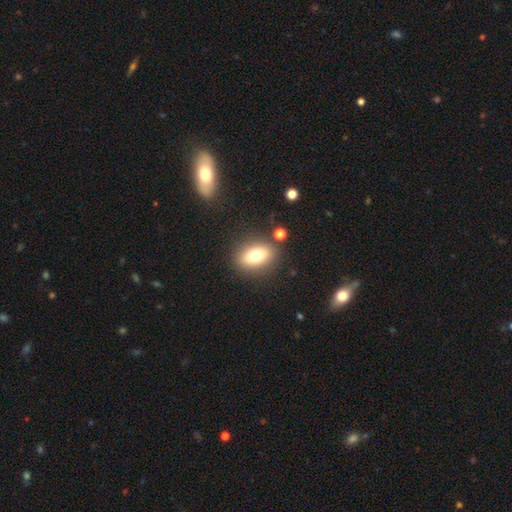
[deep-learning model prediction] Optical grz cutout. It shows a smooth galaxy with no disk features (72%) that is in between round and cigar-shaped (78%). Merging: none (83%).